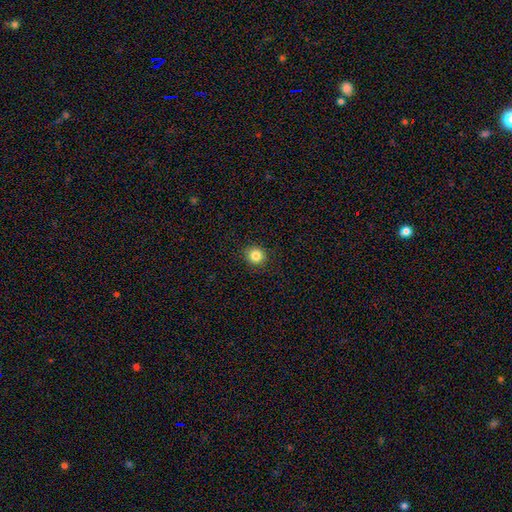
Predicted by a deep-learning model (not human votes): A smooth galaxy with no disk features (85%) that is round (93%). Merging: none (91%).